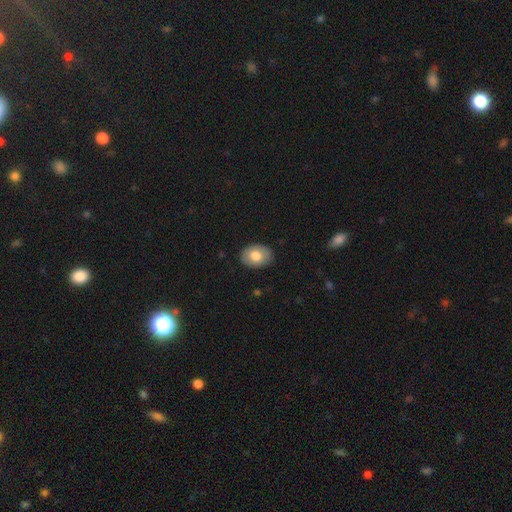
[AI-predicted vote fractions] smooth_or_featured: smooth (p=0.77) [alt: featured or disk p=0.16]
how_rounded: in between (p=0.77) [alt: round p=0.22]
merging: none (p=0.86) [alt: minor disturbance p=0.11]